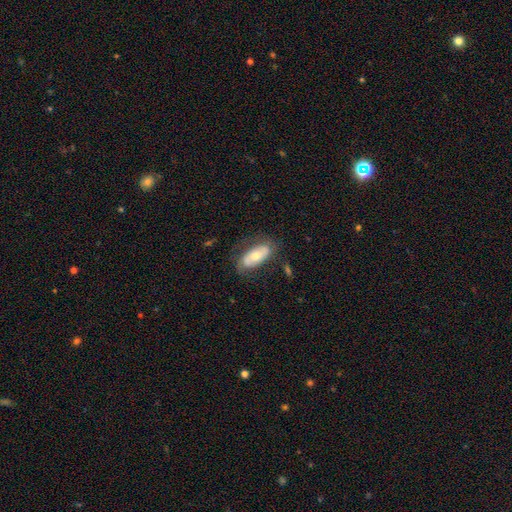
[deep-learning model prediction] Smooth or featured? Predicted: smooth (p=0.53). How rounded? Predicted: in between (p=0.88). Merging? Predicted: none (p=0.70).